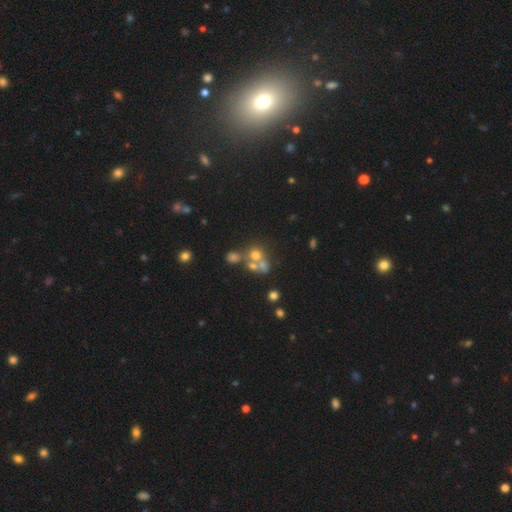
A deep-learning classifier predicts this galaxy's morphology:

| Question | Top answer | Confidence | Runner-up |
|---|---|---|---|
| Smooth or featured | smooth | 56% | featured or disk (22%) |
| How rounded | round | 79% | in between (20%) |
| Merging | merger | 45% | none (39%) |